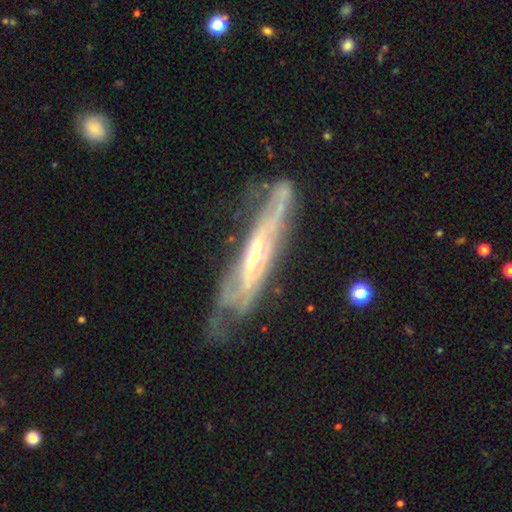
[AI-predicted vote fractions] Smooth or featured? Predicted: featured or disk (p=0.80). Edge-on disk? Predicted: no (p=0.51). Merging? Predicted: none (p=0.51).